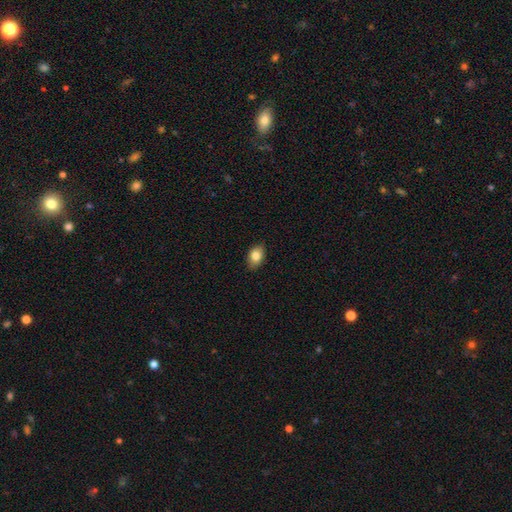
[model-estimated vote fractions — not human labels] Smooth or featured? Predicted: smooth (p=0.84). How rounded? Predicted: in between (p=0.82). Merging? Predicted: none (p=0.85).